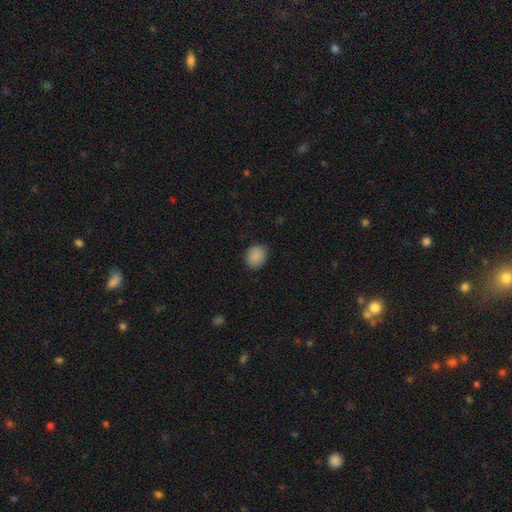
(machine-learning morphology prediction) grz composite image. It shows a smooth galaxy with no disk features (88%) that is round (57%). Merging: none (80%).